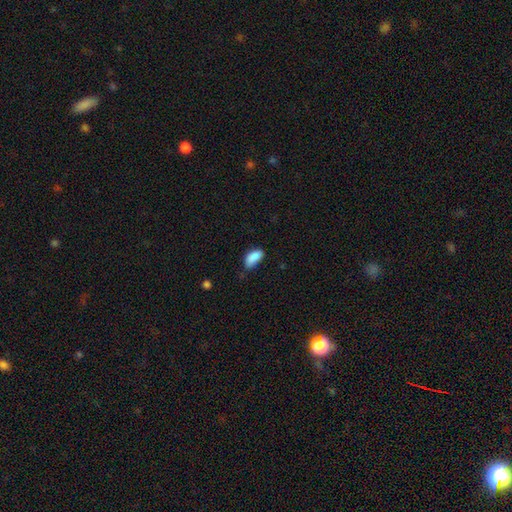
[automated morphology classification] This appears to be a smooth galaxy with no disk features (87%) that is in between round and cigar-shaped (91%). Merging: none (48%).